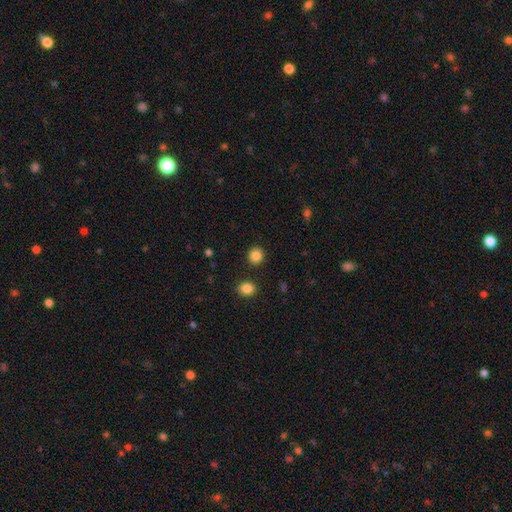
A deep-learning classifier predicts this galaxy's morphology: Overall: smooth (86%). How rounded: round (89%). Merging: none (90%).